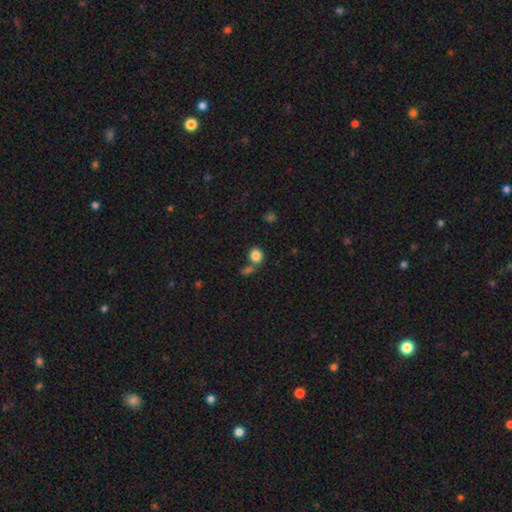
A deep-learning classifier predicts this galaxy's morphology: smooth-or-featured: smooth: 85% | star or artifact: 10% | featured or disk: 5%
  how-rounded: round: 69% | in between: 30% | cigar-shaped: 1%
  merging: none: 56% | merger: 30% | minor disturbance: 10% | major disturbance: 4%